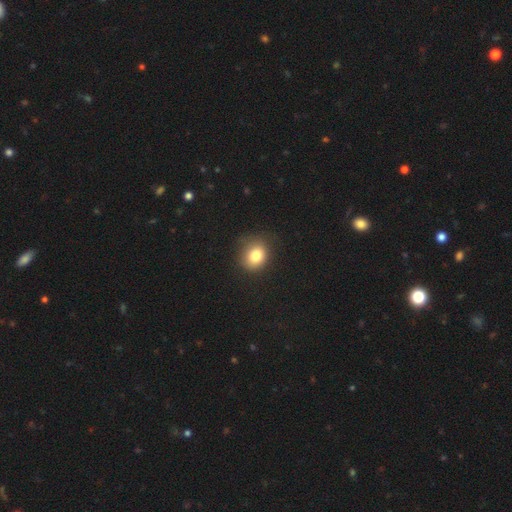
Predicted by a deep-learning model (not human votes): Q: Smooth or featured?
A: smooth (81%); runner-up: star or artifact (11%)
Q: How rounded?
A: round (67%); runner-up: in between (33%)
Q: Merging?
A: none (74%); runner-up: minor disturbance (19%)